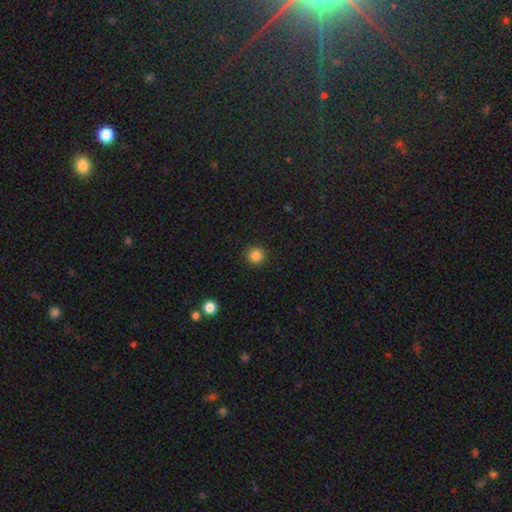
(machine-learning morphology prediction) smooth-or-featured: smooth: 85% | star or artifact: 12% | featured or disk: 3%
  how-rounded: round: 95% | in between: 4% | cigar-shaped: 1%
  merging: none: 91% | minor disturbance: 6% | major disturbance: 2% | merger: 1%